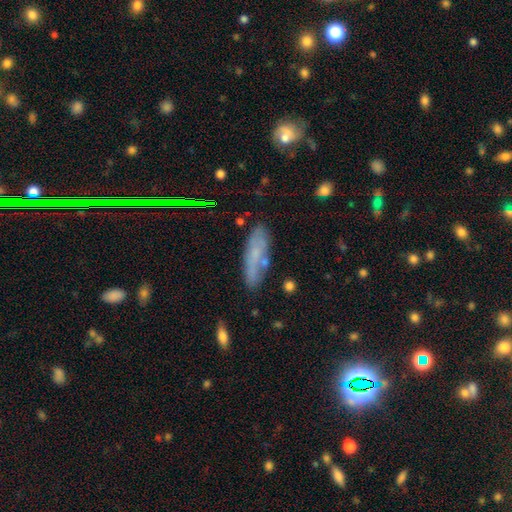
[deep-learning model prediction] smooth 58%, featured or disk 30%, star or artifact 12%. Down the decision tree: how rounded — cigar-shaped (51%); merging — none (68%).